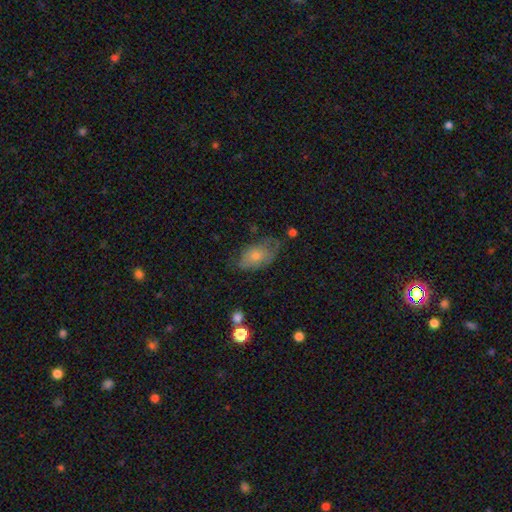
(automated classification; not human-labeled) Smooth or featured: smooth — 59% (featured or disk — 33%)
How rounded: in between — 89% (round — 8%)
Merging: none — 55% (minor disturbance — 31%)